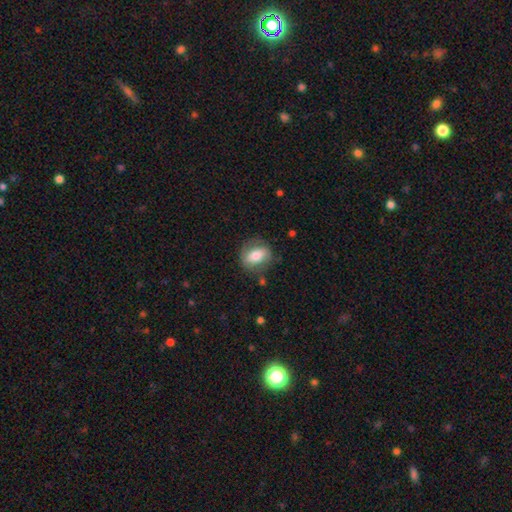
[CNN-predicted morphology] smooth-or-featured: smooth: 70% | featured or disk: 23% | star or artifact: 7%
  how-rounded: in between: 66% | round: 33% | cigar-shaped: 2%
  merging: none: 72% | minor disturbance: 18% | major disturbance: 7% | merger: 2%